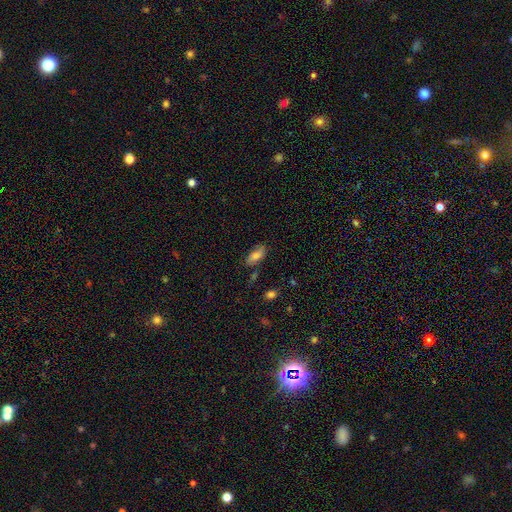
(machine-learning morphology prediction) Q: Smooth or featured?
A: smooth (75%); runner-up: featured or disk (17%)
Q: How rounded?
A: in between (87%); runner-up: cigar-shaped (10%)
Q: Merging?
A: none (73%); runner-up: minor disturbance (19%)